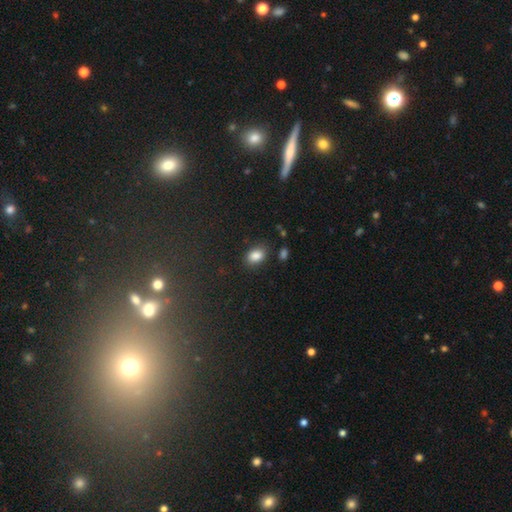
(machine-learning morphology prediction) smooth_or_featured: smooth (p=0.86) [alt: star or artifact p=0.09]
how_rounded: in between (p=0.83) [alt: round p=0.16]
merging: none (p=0.82) [alt: minor disturbance p=0.12]